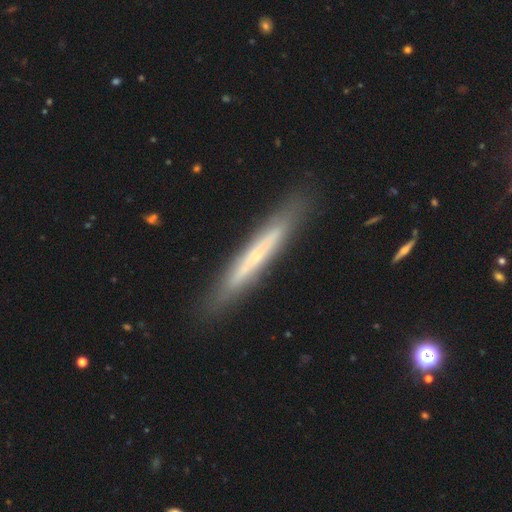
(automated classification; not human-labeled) Morphology: type=featured or disk (53%); edge-on=yes (88%); merging=none (87%).